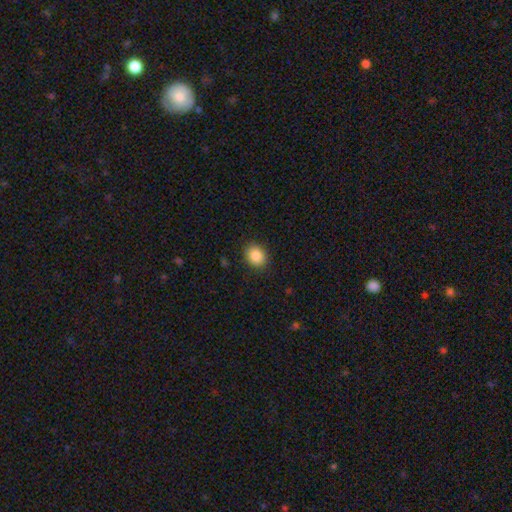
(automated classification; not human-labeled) Smooth or featured: smooth — 88% (star or artifact — 8%)
How rounded: in between — 56% (round — 44%)
Merging: none — 88% (minor disturbance — 8%)